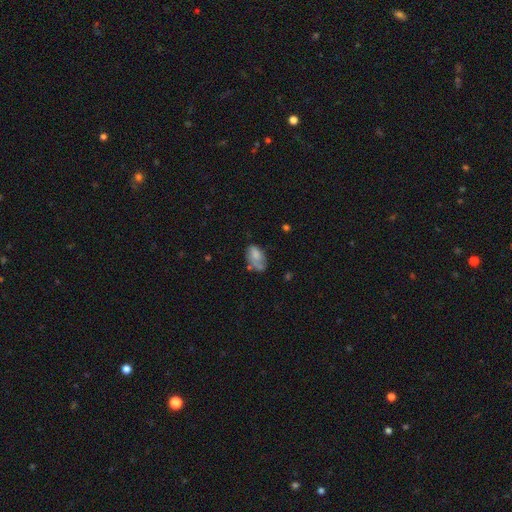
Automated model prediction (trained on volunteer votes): smooth-or-featured: smooth: 62% | featured or disk: 29% | star or artifact: 9%
  how-rounded: in between: 91% | round: 7% | cigar-shaped: 3%
  merging: none: 42% | minor disturbance: 31% | major disturbance: 20% | merger: 8%